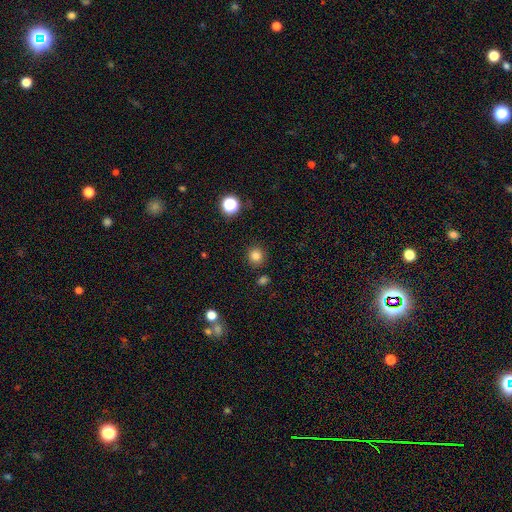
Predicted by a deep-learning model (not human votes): This is clearly a smooth galaxy (82%). How rounded: clearly round (92%). Merging: clearly none (88%).